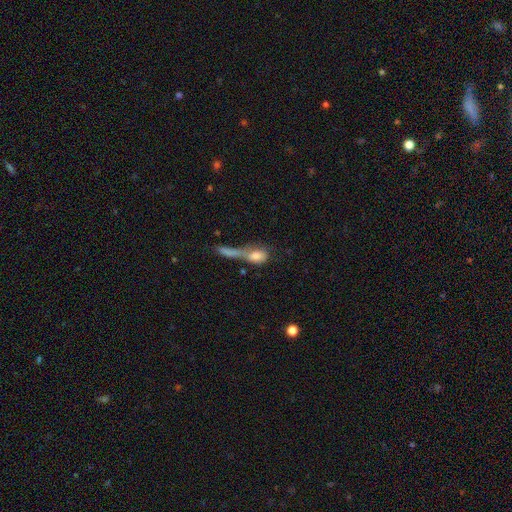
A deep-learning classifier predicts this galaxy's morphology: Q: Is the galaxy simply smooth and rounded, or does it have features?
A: smooth — 70%.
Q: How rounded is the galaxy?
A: in between — 60%.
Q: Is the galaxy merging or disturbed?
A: merger — 52%.